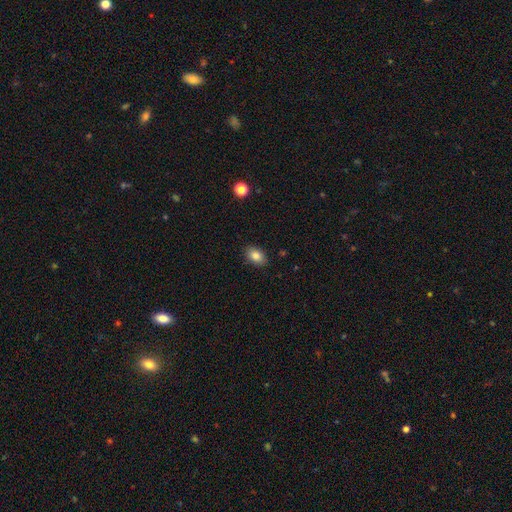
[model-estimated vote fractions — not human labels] Overall: smooth (84%). How rounded: in between (86%). Merging: none (88%).